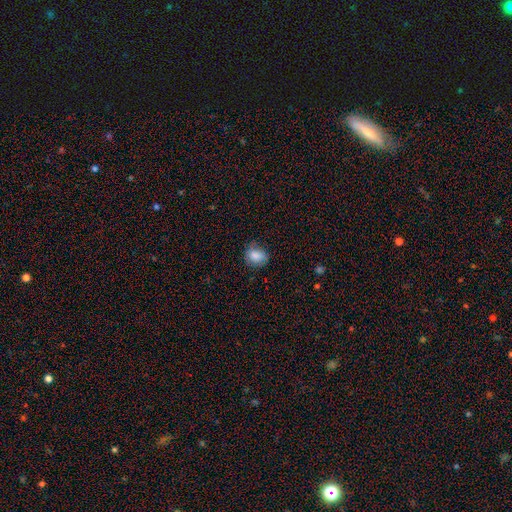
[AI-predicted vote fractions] smooth 83%, featured or disk 9%, star or artifact 8%. Down the decision tree: how rounded — round (56%); merging — none (64%).